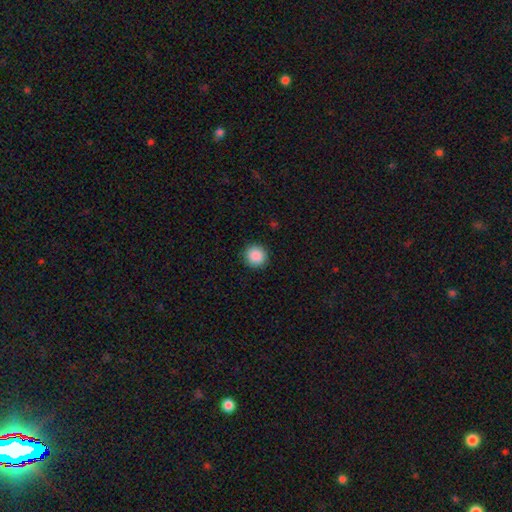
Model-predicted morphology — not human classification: Overall: smooth (89%). How rounded: round (94%). Merging: none (92%).